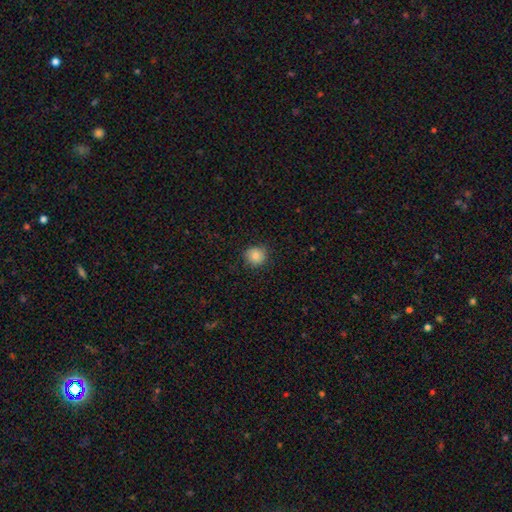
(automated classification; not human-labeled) smooth 84%, star or artifact 9%, featured or disk 6%. Down the decision tree: how rounded — round (90%); merging — none (84%).